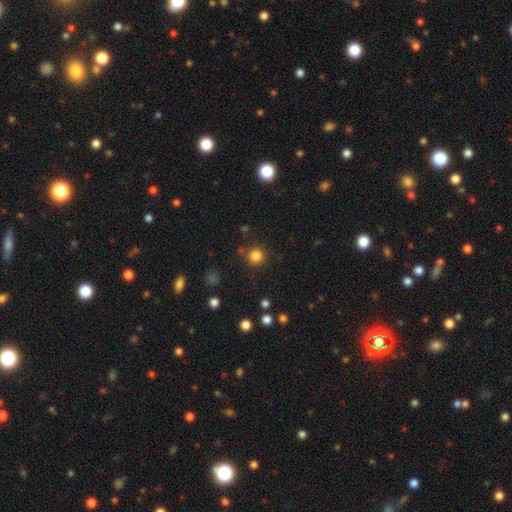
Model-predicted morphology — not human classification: Smooth or featured: smooth — 83% (star or artifact — 13%)
How rounded: round — 94% (in between — 5%)
Merging: none — 86% (minor disturbance — 8%)